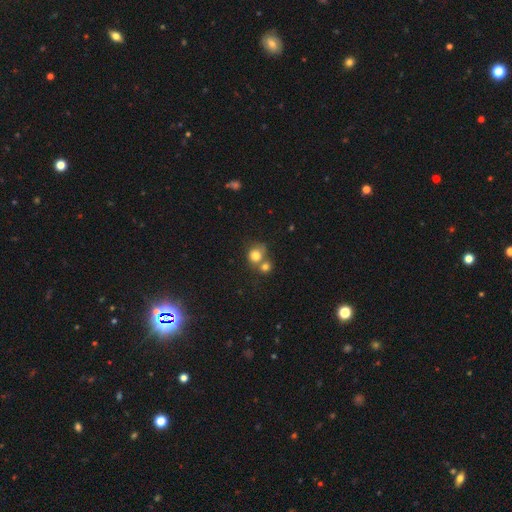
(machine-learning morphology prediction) This appears to be a smooth galaxy with no disk features (79%) that is round (81%). Merging: merger (47%).